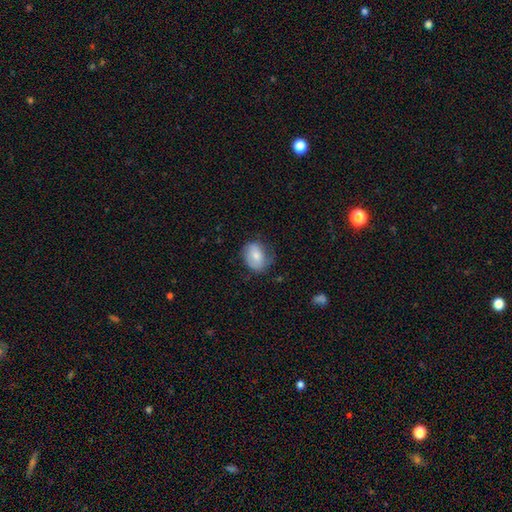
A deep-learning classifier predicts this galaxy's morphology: This is likely a smooth galaxy (71%). How rounded: likely in between (64%). Merging: possibly none (58%).